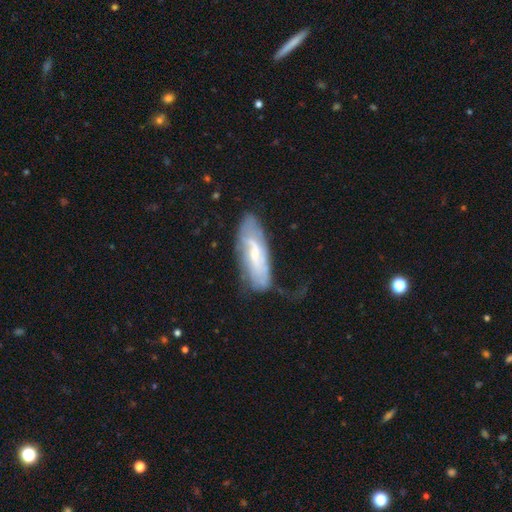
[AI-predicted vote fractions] Smooth or featured? Predicted: featured or disk (p=0.59). Edge-on disk? Predicted: no (p=0.79). Merging? Predicted: none (p=0.48).